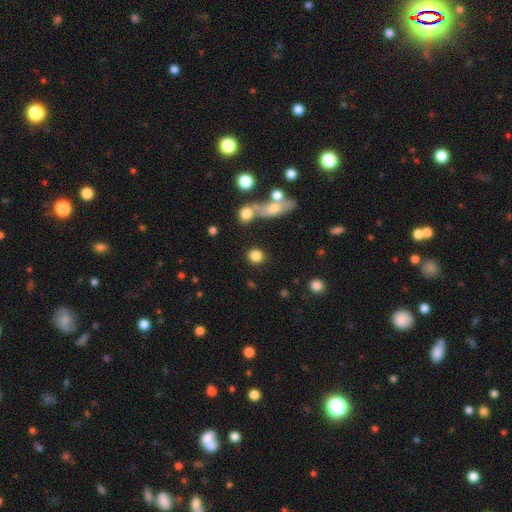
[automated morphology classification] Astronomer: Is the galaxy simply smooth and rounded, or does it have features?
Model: smooth — 82%.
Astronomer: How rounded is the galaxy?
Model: round — 83%.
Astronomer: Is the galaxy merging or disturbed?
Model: none — 80%.